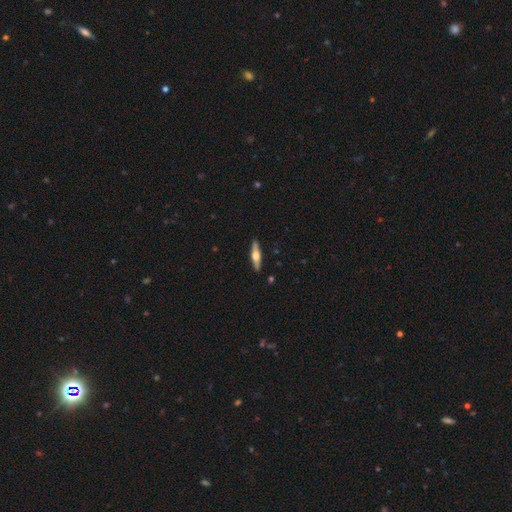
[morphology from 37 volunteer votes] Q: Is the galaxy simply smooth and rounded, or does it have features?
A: featured or disk — 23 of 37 (62%).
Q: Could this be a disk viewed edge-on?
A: yes — 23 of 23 (100%).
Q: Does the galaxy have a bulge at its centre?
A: rounded — 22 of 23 (96%).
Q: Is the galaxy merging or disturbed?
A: none — 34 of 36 (94%).